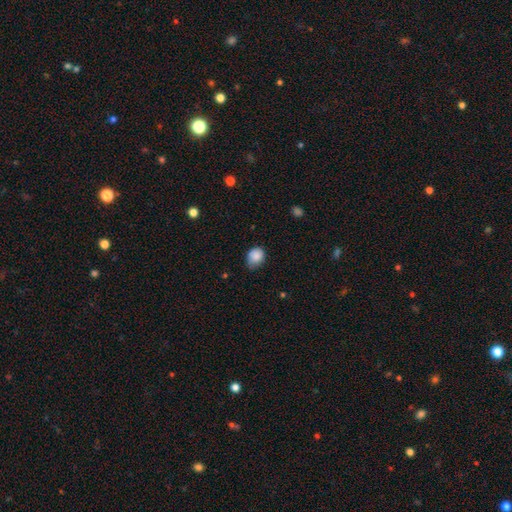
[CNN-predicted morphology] This is clearly a smooth galaxy (86%). How rounded: likely round (61%). Merging: possibly none (57%).